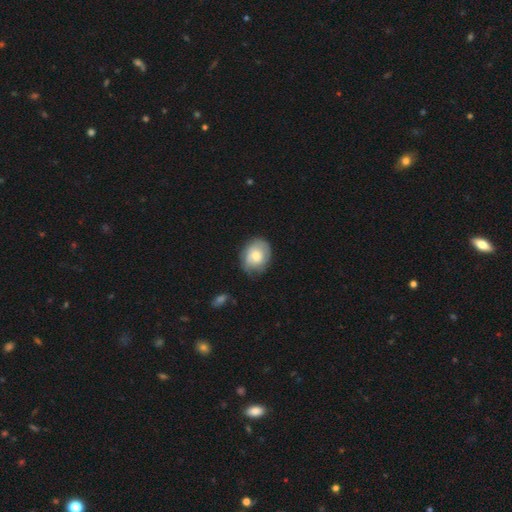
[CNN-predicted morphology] Smooth or featured? smooth (55%)
How rounded? round (51%)
Merging? none (68%)